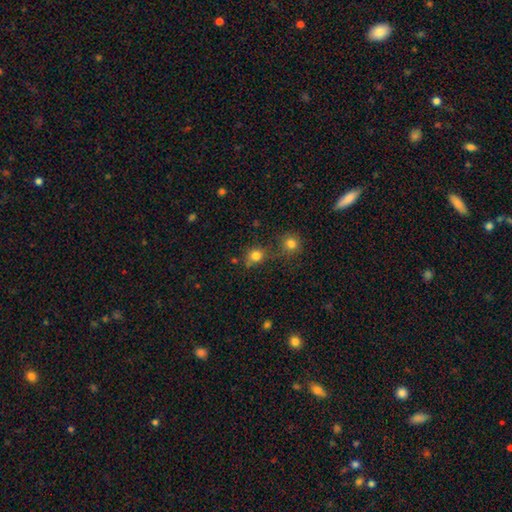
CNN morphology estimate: Overall: smooth (80%). How rounded: round (83%). Merging: none (62%).